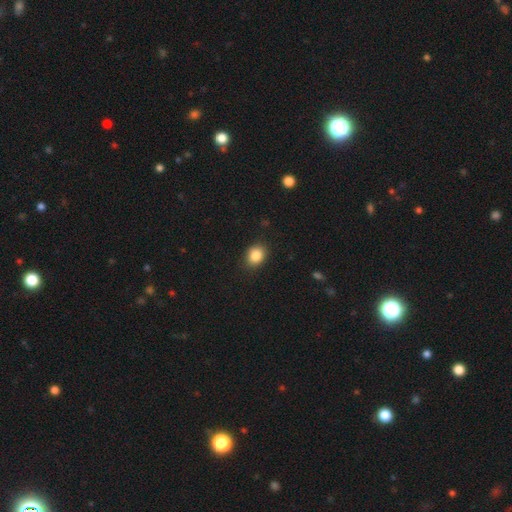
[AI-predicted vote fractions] Smooth or featured: smooth — 86% (star or artifact — 9%)
How rounded: round — 54% (in between — 45%)
Merging: none — 87% (minor disturbance — 9%)